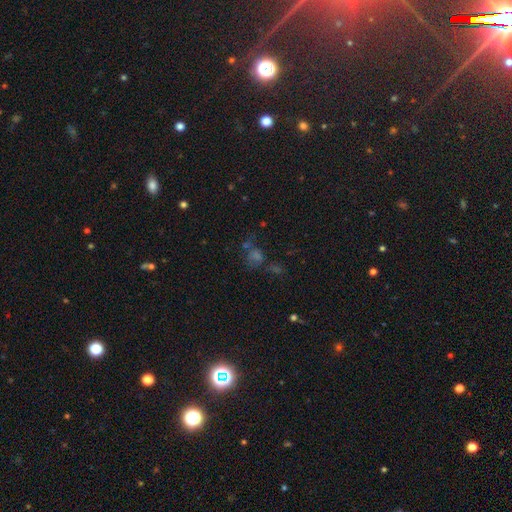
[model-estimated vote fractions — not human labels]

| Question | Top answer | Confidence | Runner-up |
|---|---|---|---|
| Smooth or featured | star or artifact | 50% | smooth (34%) |